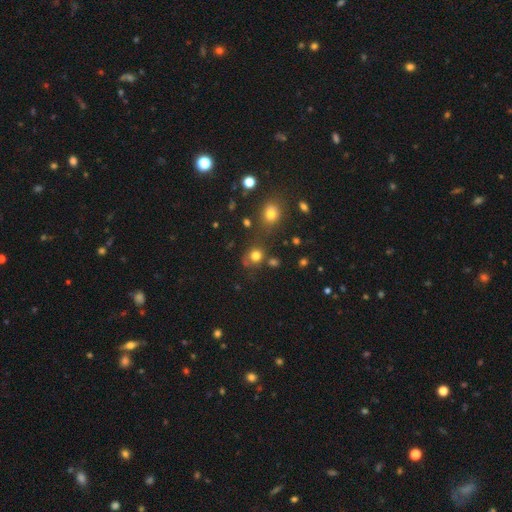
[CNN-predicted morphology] A smooth galaxy with no disk features (76%) that is round (77%).

Vote fractions:
- Smooth or featured? smooth: 76% / star or artifact: 16% / featured or disk: 8%
- How rounded? round: 77% / in between: 22% / cigar-shaped: 1%
- Merging? none: 63% / minor disturbance: 17% / merger: 11% / major disturbance: 9%